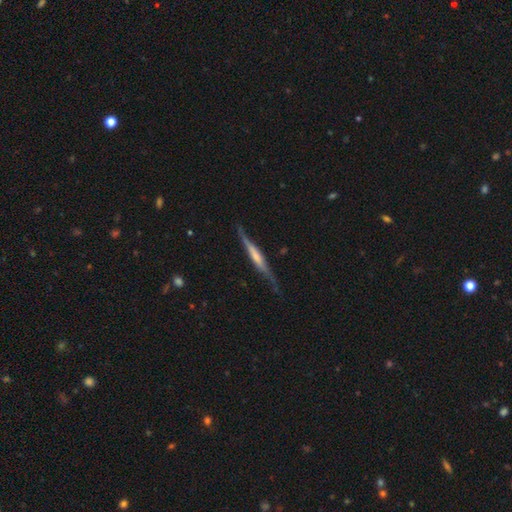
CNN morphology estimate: Smooth or featured? featured or disk (64%)
Edge-on disk? yes (92%)
Edge-on bulge? rounded (36%)
Merging? none (69%)